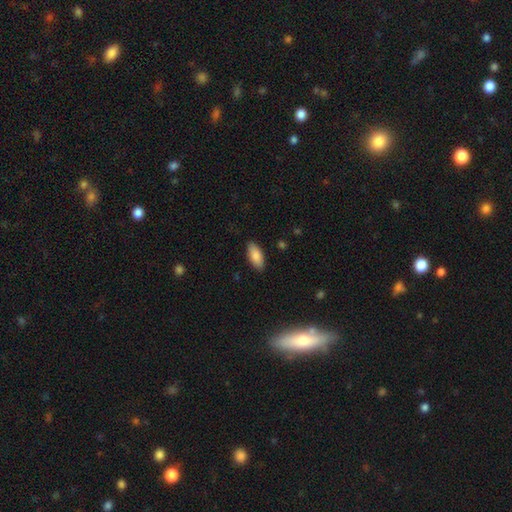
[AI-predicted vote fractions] Morphology: type=smooth (85%); roundness=in between (87%); merging=none (87%).